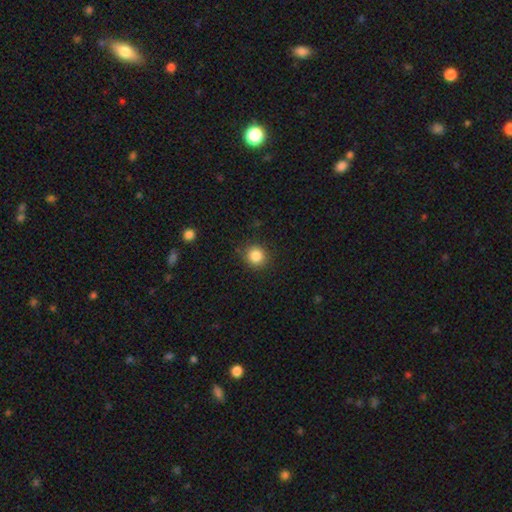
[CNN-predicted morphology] Smooth or featured: smooth — 85% (star or artifact — 10%)
How rounded: round — 89% (in between — 10%)
Merging: none — 88% (minor disturbance — 8%)